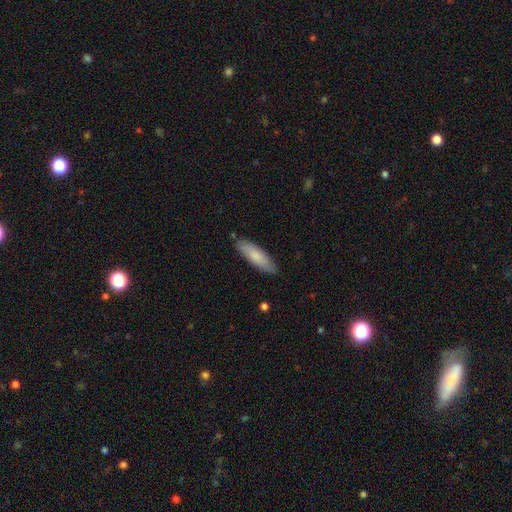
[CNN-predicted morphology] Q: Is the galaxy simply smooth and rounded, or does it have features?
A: smooth — 79%.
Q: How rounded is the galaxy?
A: cigar-shaped — 55%.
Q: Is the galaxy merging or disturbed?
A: none — 85%.